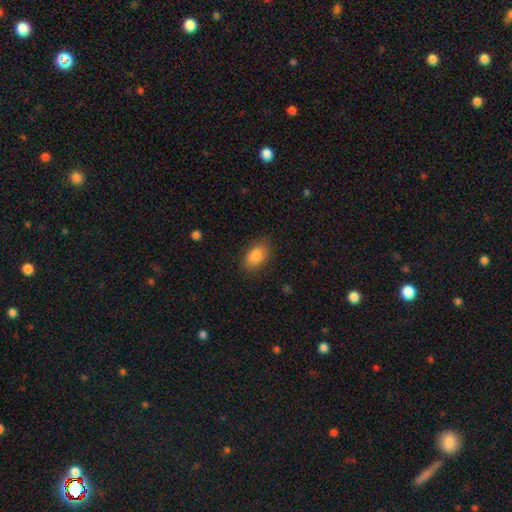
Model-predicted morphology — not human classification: This is clearly a smooth galaxy (85%). How rounded: clearly in between (91%). Merging: clearly none (84%).